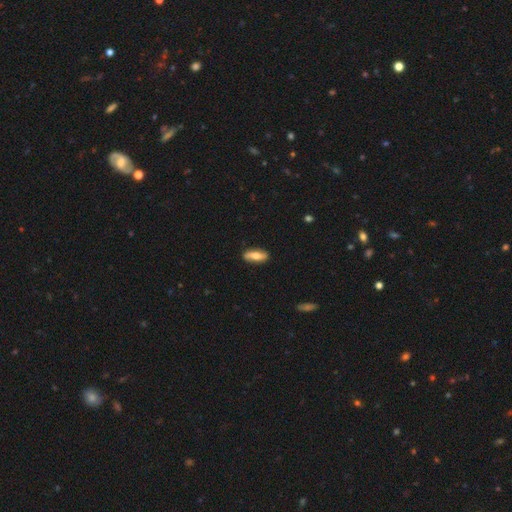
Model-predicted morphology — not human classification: A smooth galaxy with no disk features (53%) that is in between round and cigar-shaped (67%). Merging: none (85%).